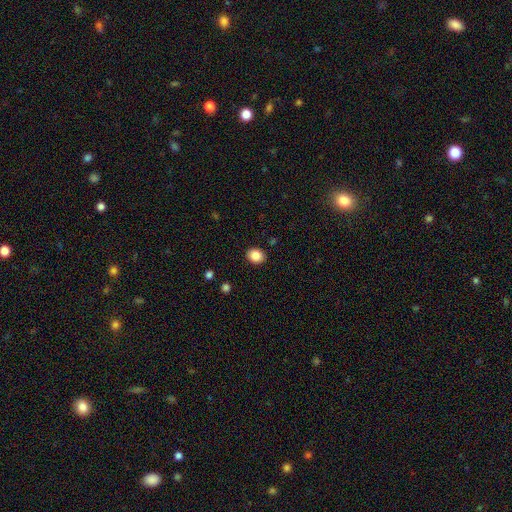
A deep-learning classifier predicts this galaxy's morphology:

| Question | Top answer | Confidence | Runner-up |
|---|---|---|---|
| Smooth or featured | smooth | 87% | star or artifact (9%) |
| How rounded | round | 58% | in between (42%) |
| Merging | none | 89% | minor disturbance (7%) |